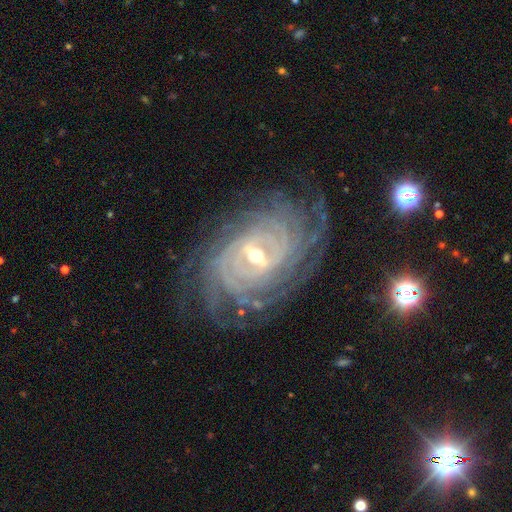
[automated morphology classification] This appears to be a featured or disk galaxy (92%) with a weak bar (45%), more than 4 (28%) tight (83%) spiral arms (98%) and a moderate central bulge (50%). Merging: none (77%).